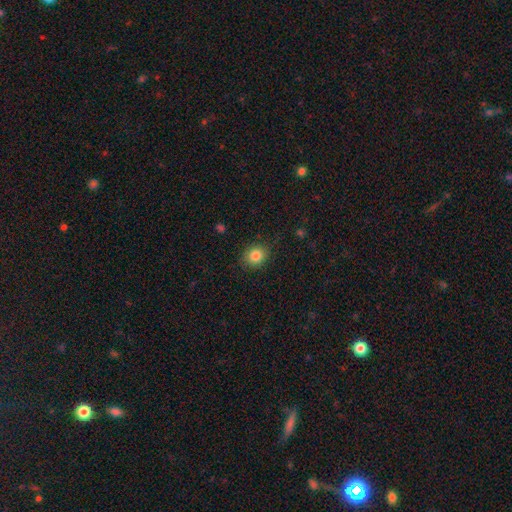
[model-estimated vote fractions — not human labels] Morphology: type=smooth (84%); roundness=round (71%); merging=none (86%).